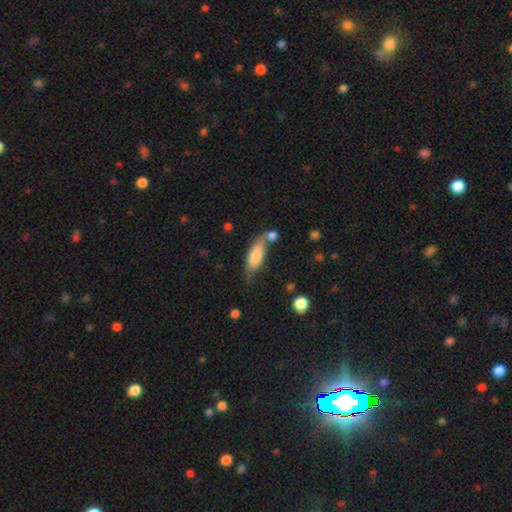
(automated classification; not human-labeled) Smooth or featured? smooth (71%)
How rounded? in between (63%)
Merging? none (42%)